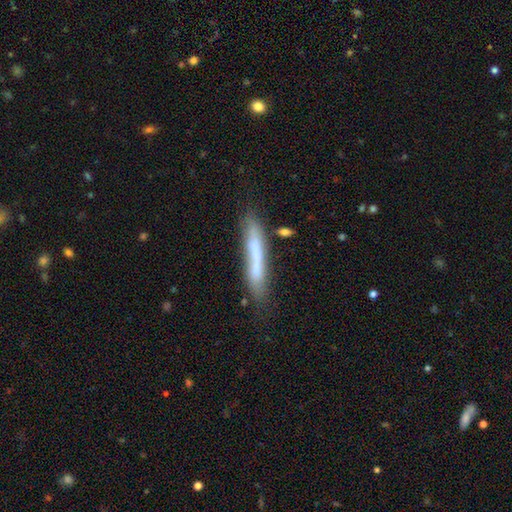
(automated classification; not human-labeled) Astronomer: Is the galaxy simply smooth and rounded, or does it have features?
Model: smooth — 58% (runner-up: featured or disk, 34%).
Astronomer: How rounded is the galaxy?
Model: cigar-shaped — 93%.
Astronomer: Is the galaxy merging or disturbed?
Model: none — 65%.